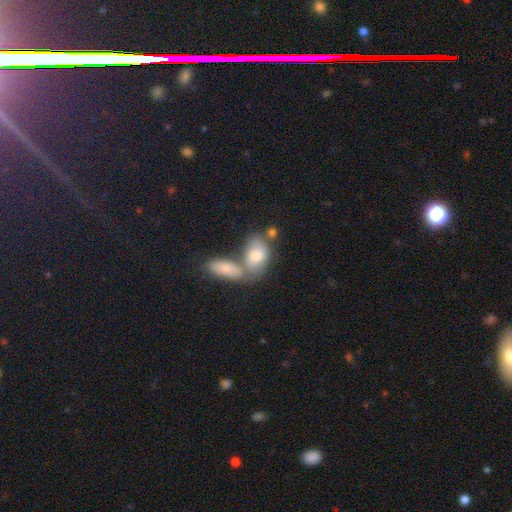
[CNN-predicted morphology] Smooth or featured? Predicted: smooth (p=0.75). How rounded? Predicted: in between (p=0.88). Merging? Predicted: merger (p=0.49).